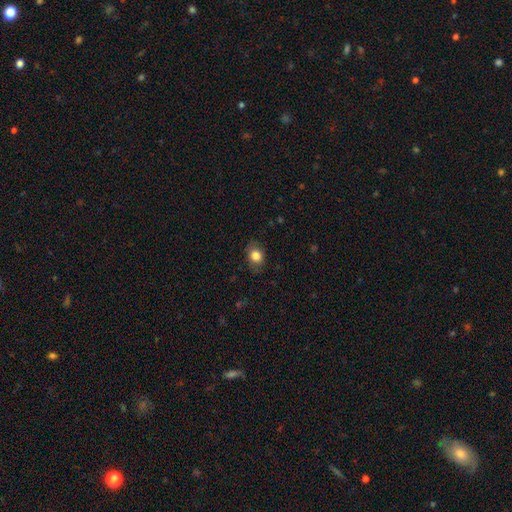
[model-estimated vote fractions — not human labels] smooth 83%, star or artifact 10%, featured or disk 8%. Down the decision tree: how rounded — in between (53%); merging — none (80%).